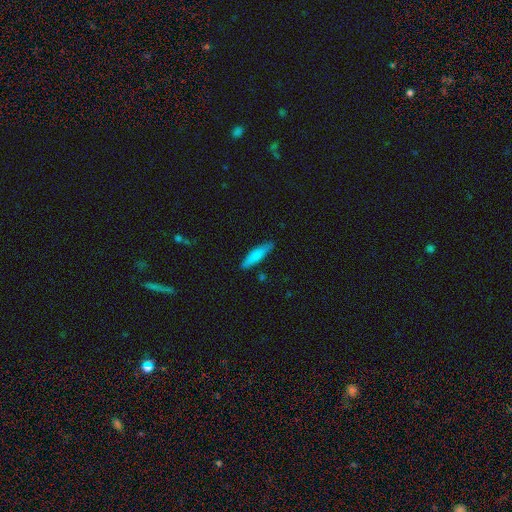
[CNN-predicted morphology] Smooth or featured? smooth (78%)
How rounded? cigar-shaped (78%)
Merging? none (82%)